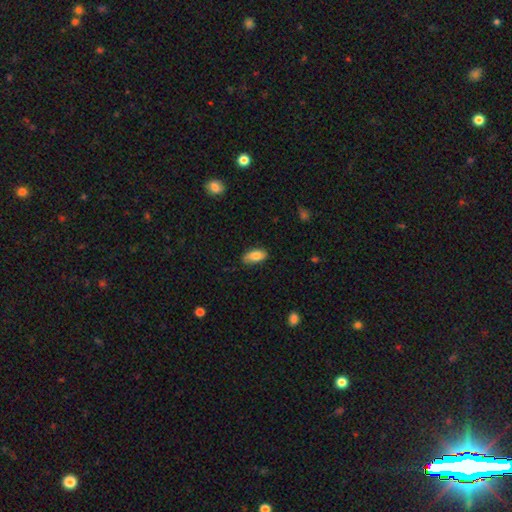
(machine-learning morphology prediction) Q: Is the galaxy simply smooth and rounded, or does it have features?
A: smooth — 82%.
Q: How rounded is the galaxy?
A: in between — 91%.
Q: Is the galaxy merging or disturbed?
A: none — 73%.